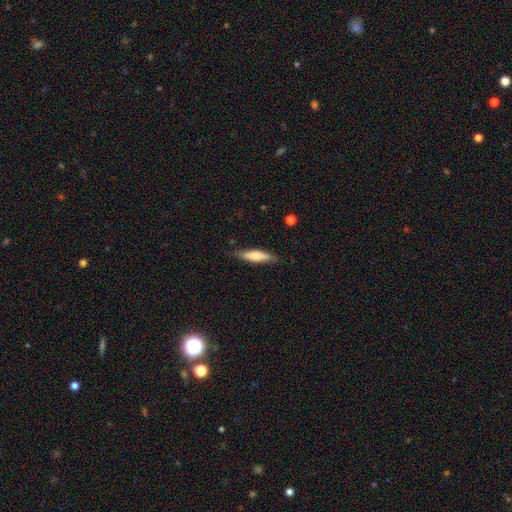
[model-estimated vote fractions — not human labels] A smooth galaxy with no disk features (66%) that is cigar-shaped (73%). Merging: none (82%).